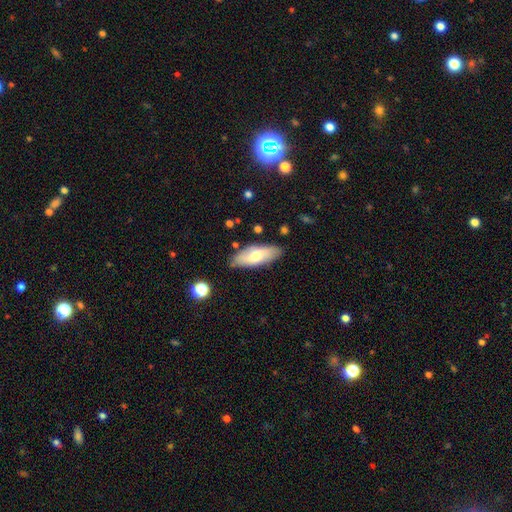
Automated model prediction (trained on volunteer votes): Q: Smooth or featured?
A: smooth (65%); runner-up: featured or disk (29%)
Q: How rounded?
A: in between (76%); runner-up: cigar-shaped (22%)
Q: Merging?
A: none (82%); runner-up: minor disturbance (13%)